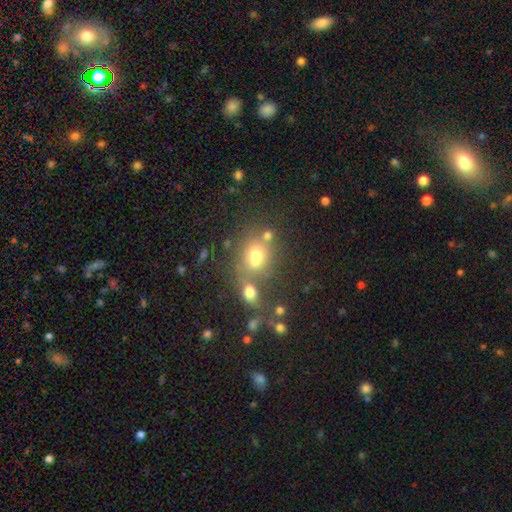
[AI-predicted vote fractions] Q: Smooth or featured?
A: smooth (65%); runner-up: star or artifact (19%)
Q: How rounded?
A: round (57%); runner-up: in between (41%)
Q: Merging?
A: none (45%); runner-up: merger (37%)